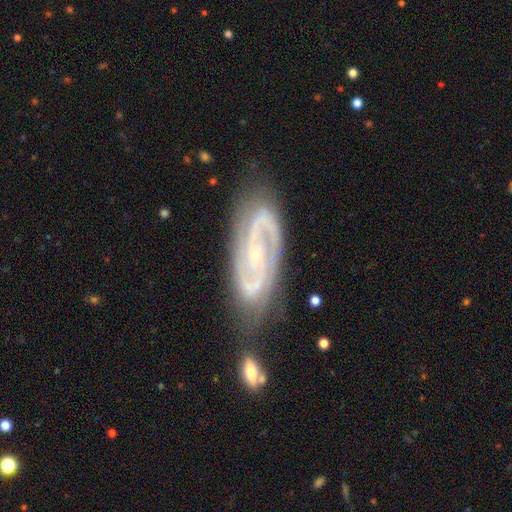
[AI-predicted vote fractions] This appears to be a featured or disk galaxy (89%) with no bar (39%), 2 (86%) medium (46%) spiral arms (96%) and a small central bulge (75%). Merging: none (66%).